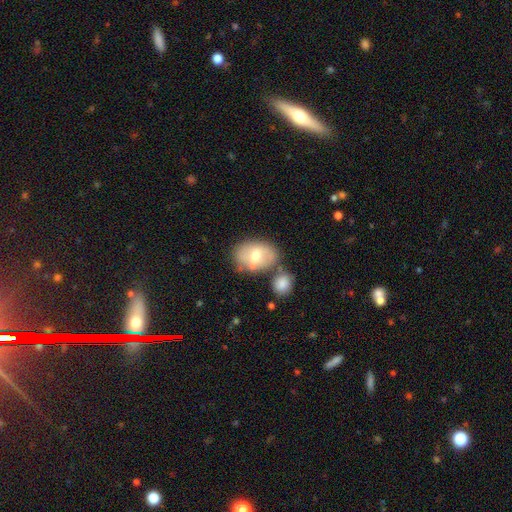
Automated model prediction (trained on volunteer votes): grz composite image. It shows a smooth galaxy with no disk features (61%) that is in between round and cigar-shaped (79%). Merging: none (58%).